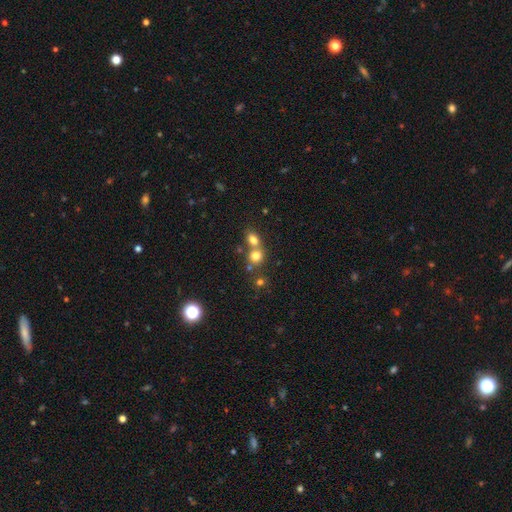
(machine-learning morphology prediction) Smooth or featured? Predicted: smooth (p=0.75). How rounded? Predicted: round (p=0.73). Merging? Predicted: merger (p=0.50).